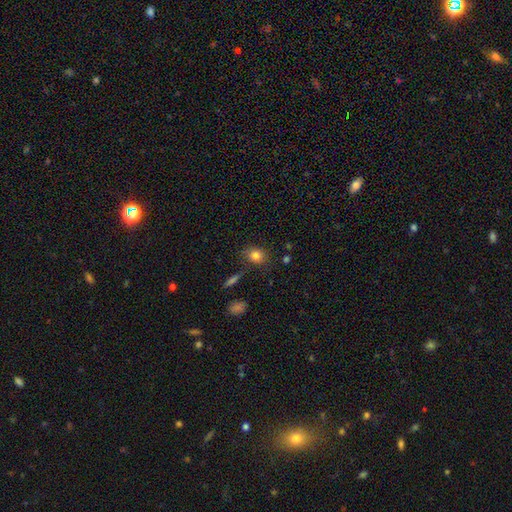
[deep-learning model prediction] Overall: smooth (81%). How rounded: round (61%; in between 38%). Merging: none (77%).